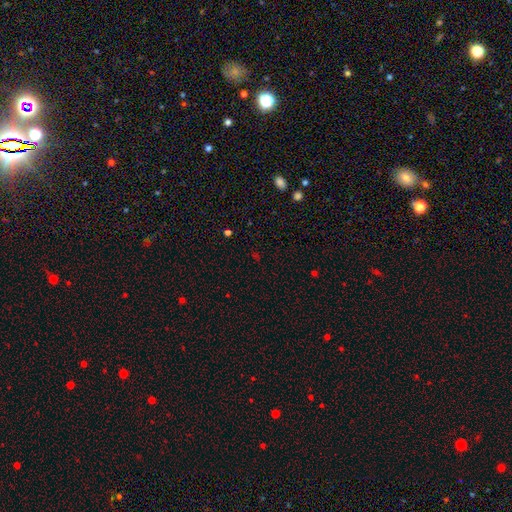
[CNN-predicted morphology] Smooth or featured: star or artifact — 58% (smooth — 34%)